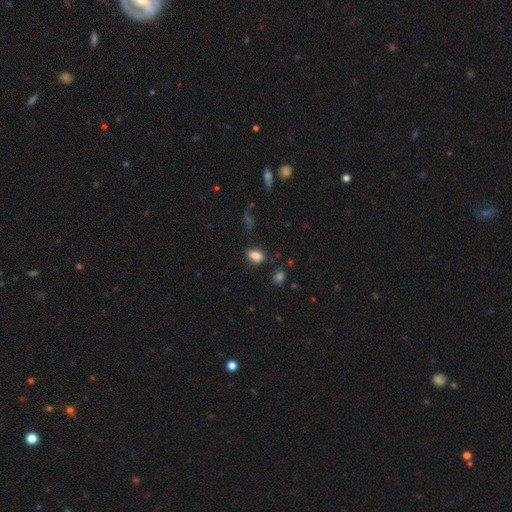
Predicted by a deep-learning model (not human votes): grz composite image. It shows a smooth galaxy with no disk features (82%) that is in between round and cigar-shaped (83%). Merging: none (68%).